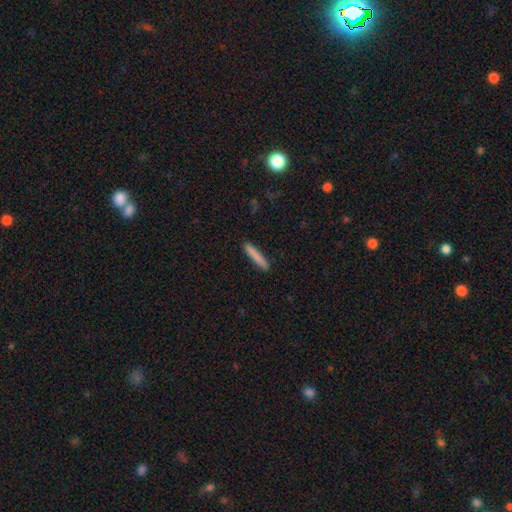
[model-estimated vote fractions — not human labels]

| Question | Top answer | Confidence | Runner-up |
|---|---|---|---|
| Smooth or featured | smooth | 83% | featured or disk (11%) |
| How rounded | cigar-shaped | 93% | in between (5%) |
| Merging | none | 91% | minor disturbance (7%) |